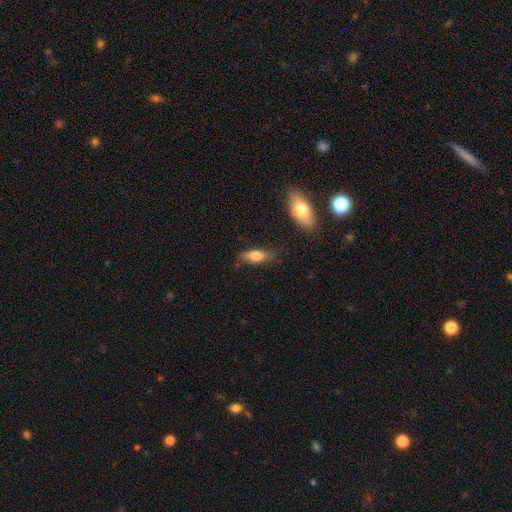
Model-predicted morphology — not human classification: Smooth or featured?
  - smooth: 72% *
  - featured or disk: 21%
  - star or artifact: 7%
How rounded?
  - in between: 64% *
  - cigar-shaped: 32%
  - round: 3%
Merging?
  - none: 67% *
  - minor disturbance: 24%
  - major disturbance: 6%
  - merger: 3%